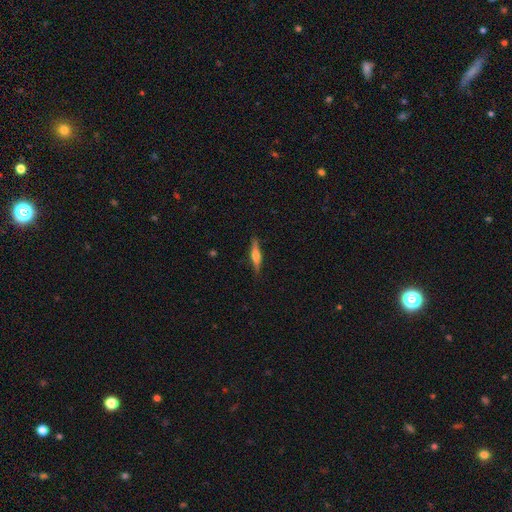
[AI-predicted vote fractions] A featured or disk galaxy (53%) viewed edge-on (96%) with a rounded central bulge (78%).

Vote fractions:
- Smooth or featured? featured or disk: 53% / smooth: 40% / star or artifact: 7%
- Edge-on disk? yes: 96% / no: 4%
- Edge-on bulge? rounded: 78% / boxy: 16% / none: 6%
- Merging? none: 87% / minor disturbance: 9% / major disturbance: 2% / merger: 1%